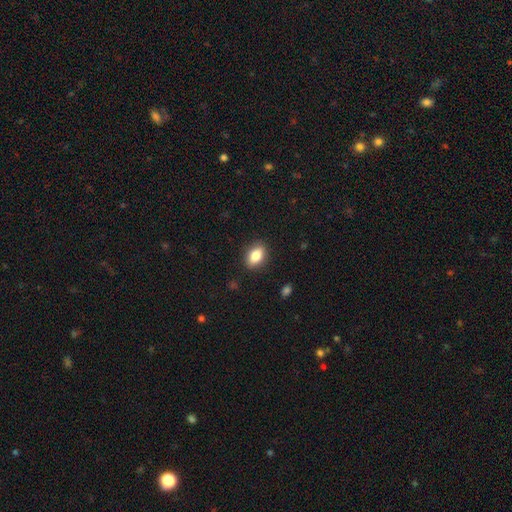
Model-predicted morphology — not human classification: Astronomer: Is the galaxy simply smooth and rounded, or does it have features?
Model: smooth — 82%.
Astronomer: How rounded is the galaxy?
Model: in between — 81%.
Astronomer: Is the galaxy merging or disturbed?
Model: none — 87%.